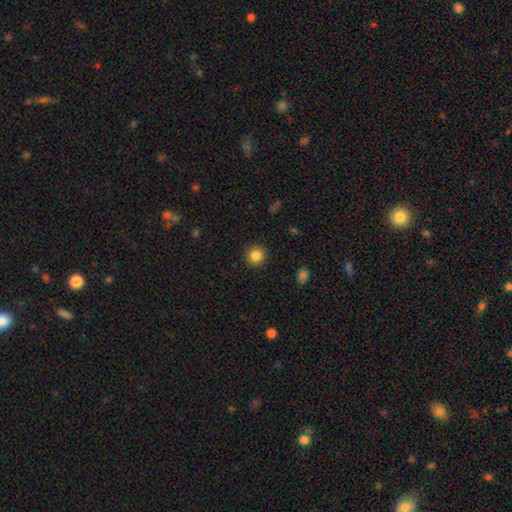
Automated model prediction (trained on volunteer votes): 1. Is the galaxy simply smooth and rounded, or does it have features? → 85% smooth, 10% star or artifact, 5% featured or disk.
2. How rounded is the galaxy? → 94% round, 5% in between, 1% cigar-shaped.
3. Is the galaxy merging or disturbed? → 92% none, 5% minor disturbance, 2% major disturbance, 1% merger.